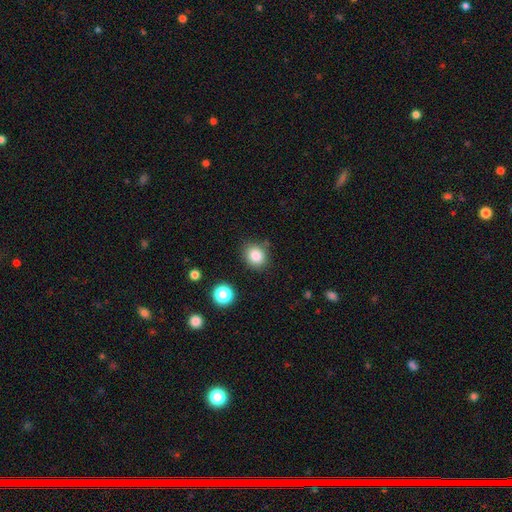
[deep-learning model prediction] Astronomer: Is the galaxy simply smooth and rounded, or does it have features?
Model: smooth — 84%.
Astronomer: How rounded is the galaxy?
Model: round — 69%.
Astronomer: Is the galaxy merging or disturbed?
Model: none — 80%.